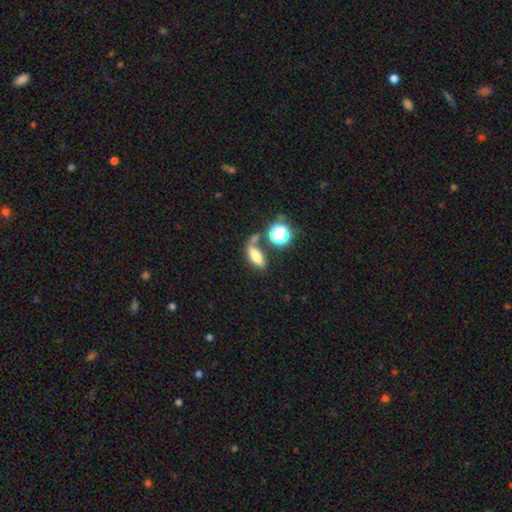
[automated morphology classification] smooth 70%, star or artifact 15%, featured or disk 14%. Down the decision tree: how rounded — in between (70%); merging — none (53%).